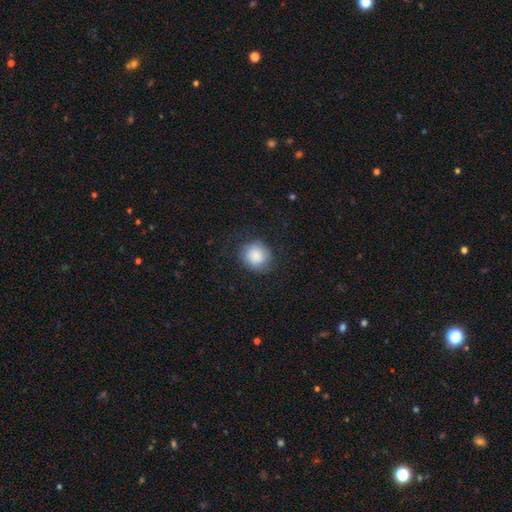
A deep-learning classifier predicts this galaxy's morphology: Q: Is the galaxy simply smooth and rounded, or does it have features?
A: smooth — 87%.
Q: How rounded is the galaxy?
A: round — 86%.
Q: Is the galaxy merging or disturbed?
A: none — 80%.